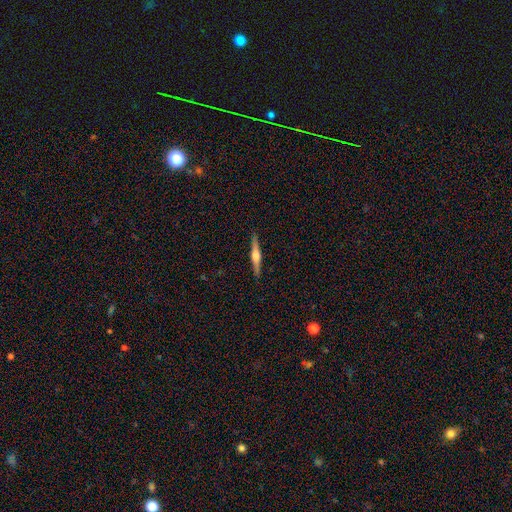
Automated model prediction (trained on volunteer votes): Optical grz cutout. It shows a featured or disk galaxy (71%) viewed edge-on (98%) with a rounded central bulge (88%). Merging: none (91%).